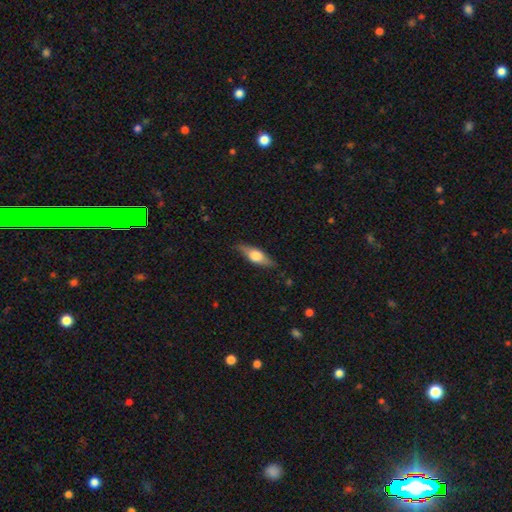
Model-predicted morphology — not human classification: Smooth or featured? Predicted: featured or disk (p=0.47, tied with smooth). Merging? Predicted: none (p=0.83).